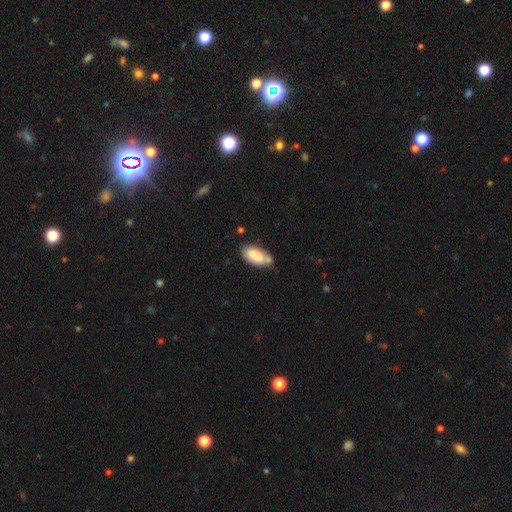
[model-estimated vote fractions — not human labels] This is clearly a smooth galaxy (84%). How rounded: clearly in between (91%). Merging: possibly none (54%).